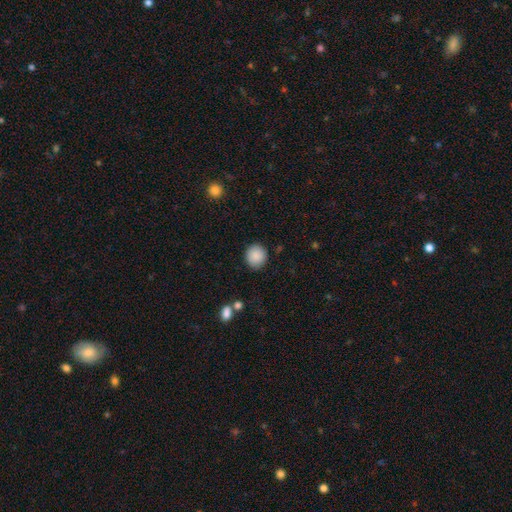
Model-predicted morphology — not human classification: Smooth or featured? smooth (88%)
How rounded? round (87%)
Merging? none (88%)